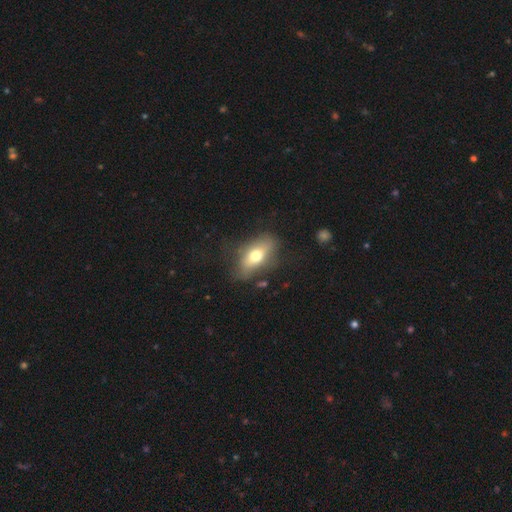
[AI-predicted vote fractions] A smooth galaxy with no disk features (62%) that is in between round and cigar-shaped (82%). Merging: none (69%).